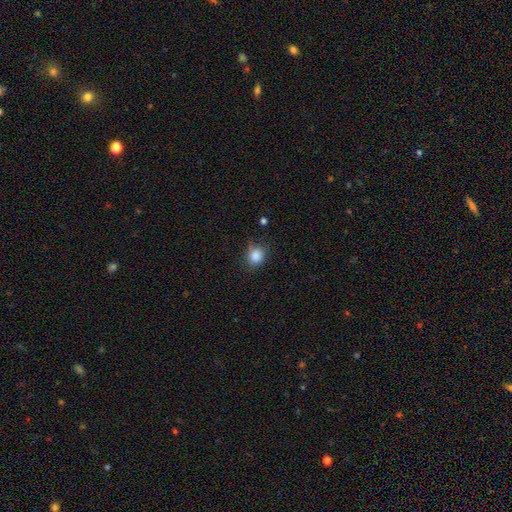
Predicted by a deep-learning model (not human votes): Smooth or featured: smooth — 86% (star or artifact — 10%)
How rounded: round — 69% (in between — 30%)
Merging: none — 70% (minor disturbance — 23%)